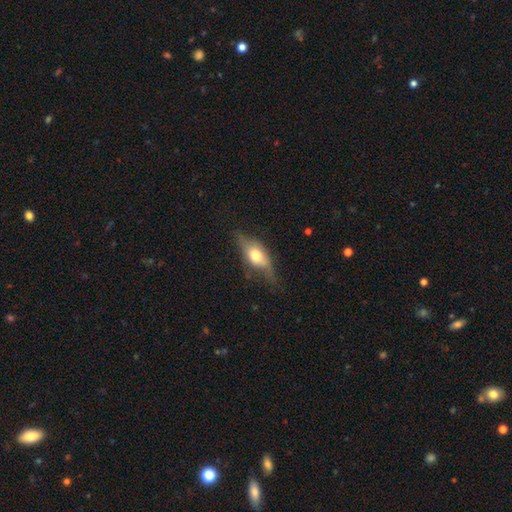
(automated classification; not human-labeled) A smooth galaxy with no disk features (52%) that is in between round and cigar-shaped (73%). Merging: none (56%).